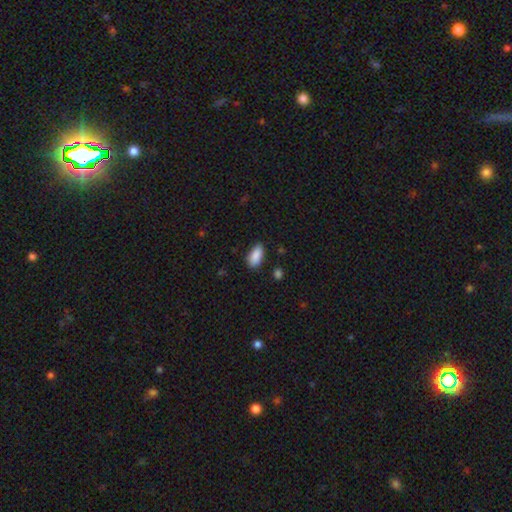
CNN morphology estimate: The model was most divided on "merging": none: 81%, minor disturbance: 14%, major disturbance: 3%, merger: 2%. More confident: how rounded — in between (89%); smooth or featured — smooth (89%).